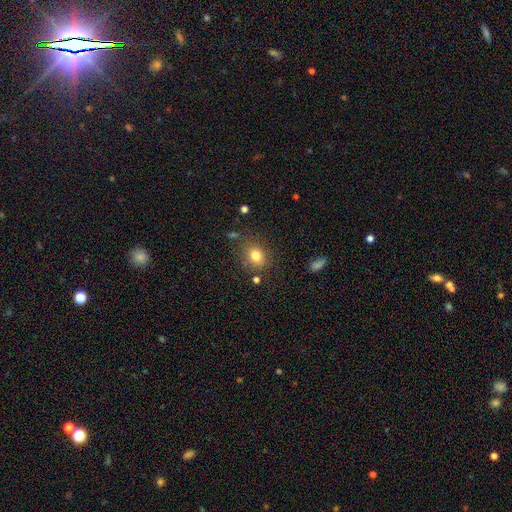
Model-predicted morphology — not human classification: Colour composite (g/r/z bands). It shows a smooth galaxy with no disk features (80%) that is round (60%). Merging: none (79%).